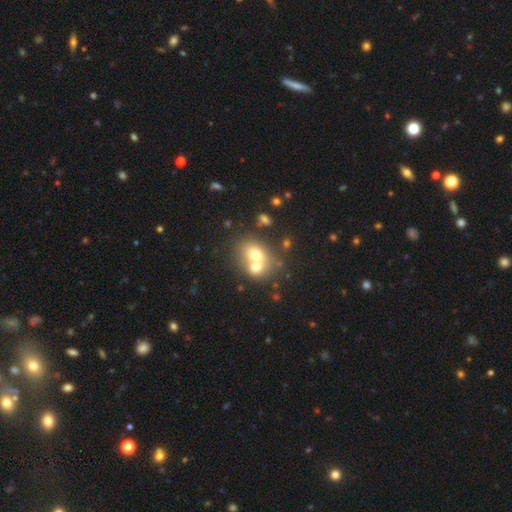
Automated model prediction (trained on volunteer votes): A smooth galaxy with no disk features (65%) that is round (58%). Merging: merger (63%).